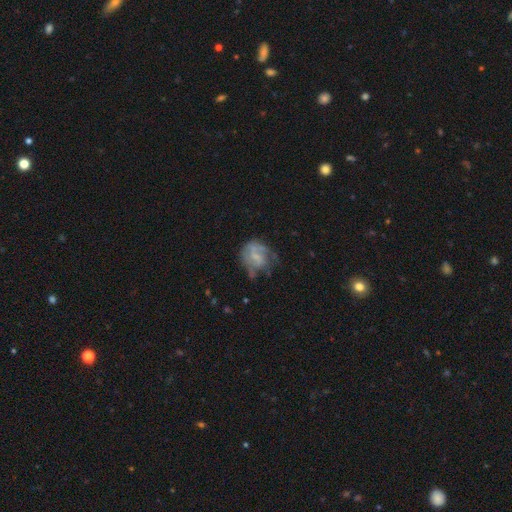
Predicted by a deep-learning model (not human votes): A featured or disk galaxy (59%) with no bar (50%), spiral arms (64%) and a small central bulge (48%).

Vote fractions:
- Smooth or featured? featured or disk: 59% / smooth: 32% / star or artifact: 9%
- Edge-on disk? no: 98% / yes: 2%
- Bar? no: 50% / weak: 41% / strong: 9%
- Spiral arms? yes: 64% / no: 36%
- Bulge size? small: 48% / none: 25% / moderate: 24% / large: 2% / dominant: 1%
- Merging? none: 40% / major disturbance: 28% / minor disturbance: 28% / merger: 4%